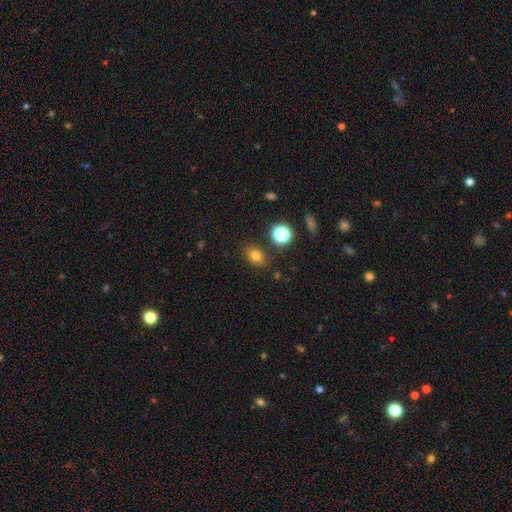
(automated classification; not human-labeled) smooth-or-featured: smooth: 75% | star or artifact: 16% | featured or disk: 8%
  how-rounded: in between: 61% | round: 38% | cigar-shaped: 1%
  merging: none: 83% | minor disturbance: 10% | merger: 4% | major disturbance: 3%